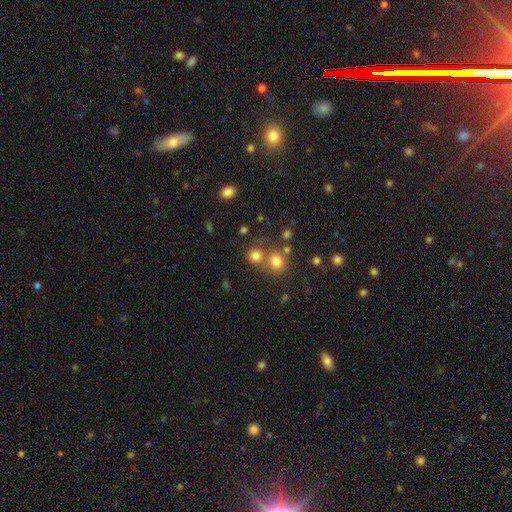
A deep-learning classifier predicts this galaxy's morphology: Smooth or featured?
  - smooth: 76% *
  - star or artifact: 14%
  - featured or disk: 10%
How rounded?
  - round: 79% *
  - in between: 20%
  - cigar-shaped: 1%
Merging?
  - none: 45% *
  - merger: 42%
  - minor disturbance: 9%
  - major disturbance: 5%